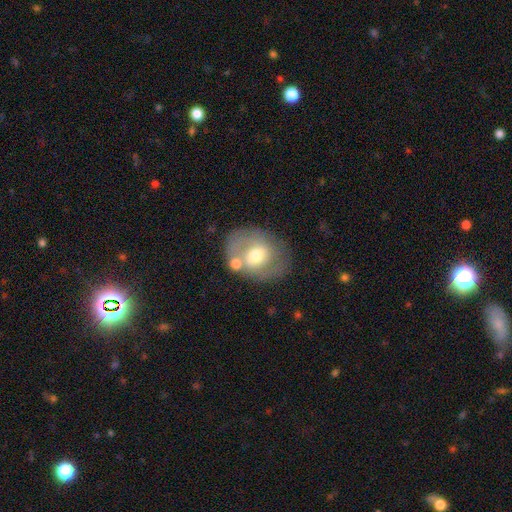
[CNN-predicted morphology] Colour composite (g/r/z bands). It shows a featured or disk galaxy (47%). Merging: none (65%).